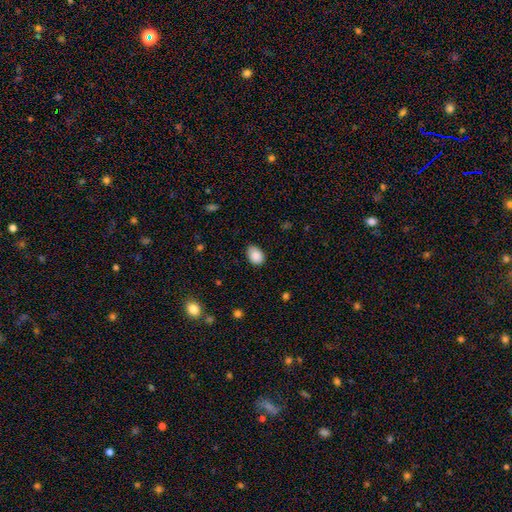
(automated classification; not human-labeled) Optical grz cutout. It shows a smooth galaxy with no disk features (89%) that is in between round and cigar-shaped (78%). Merging: none (79%).